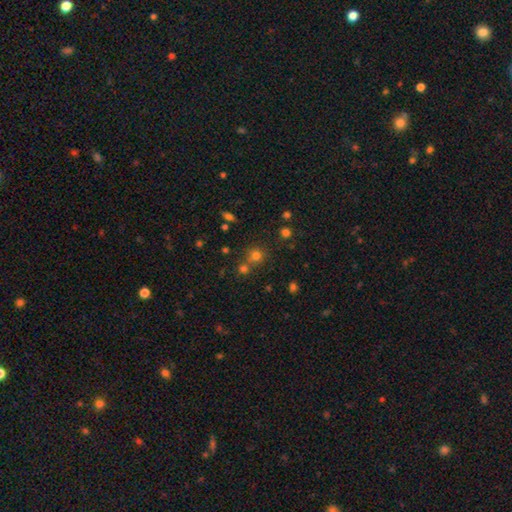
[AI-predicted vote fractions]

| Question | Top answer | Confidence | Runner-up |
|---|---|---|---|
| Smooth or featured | smooth | 69% | star or artifact (23%) |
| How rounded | round | 87% | in between (12%) |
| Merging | none | 62% | merger (26%) |